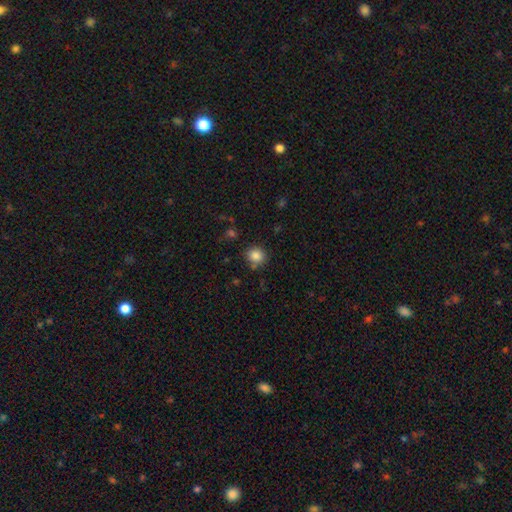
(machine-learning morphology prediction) This is clearly a smooth galaxy (85%). How rounded: clearly round (83%). Merging: clearly none (80%).